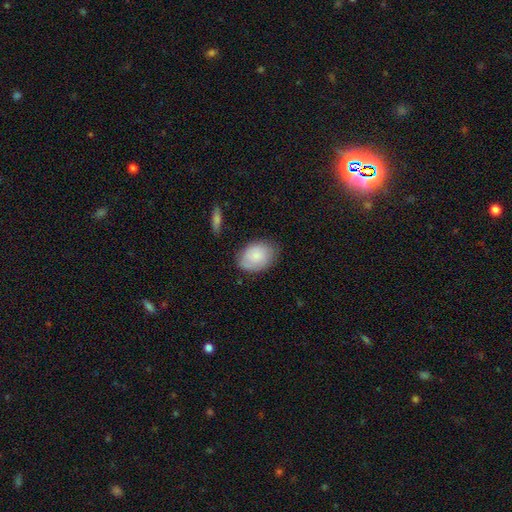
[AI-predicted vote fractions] Morphology: type=smooth (78%); roundness=in between (75%); merging=none (74%).